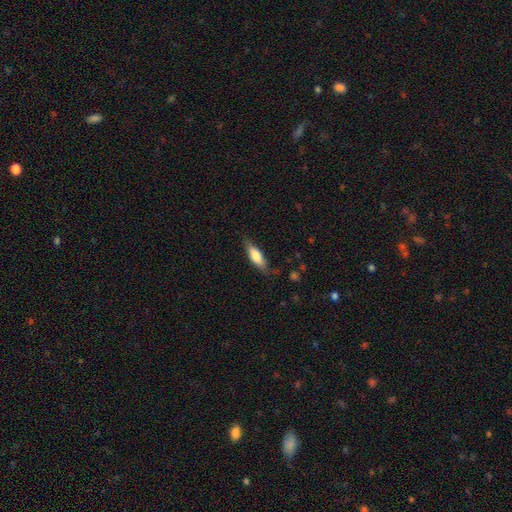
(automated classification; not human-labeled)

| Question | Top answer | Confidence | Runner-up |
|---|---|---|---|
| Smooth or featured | smooth | 74% | featured or disk (21%) |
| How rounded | in between | 54% | cigar-shaped (44%) |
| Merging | none | 72% | minor disturbance (21%) |